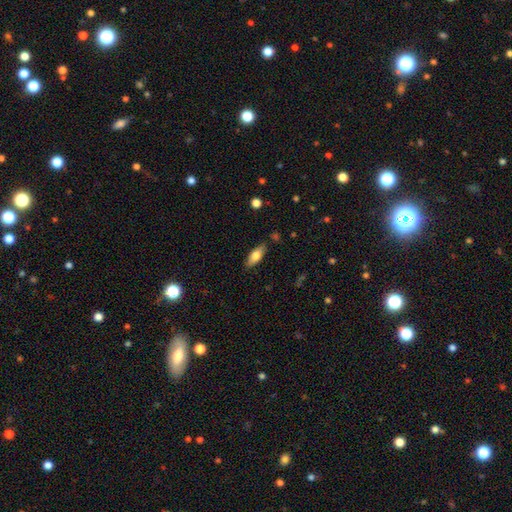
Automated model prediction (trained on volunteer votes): Overall: smooth (66%; featured or disk 27%). How rounded: in between (71%). Merging: none (84%).